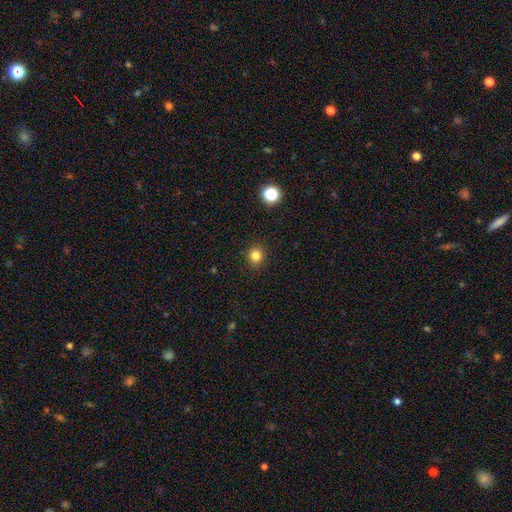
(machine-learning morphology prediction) smooth_or_featured: smooth (p=0.82) [alt: star or artifact p=0.13]
how_rounded: round (p=0.89) [alt: in between p=0.10]
merging: none (p=0.90) [alt: minor disturbance p=0.06]